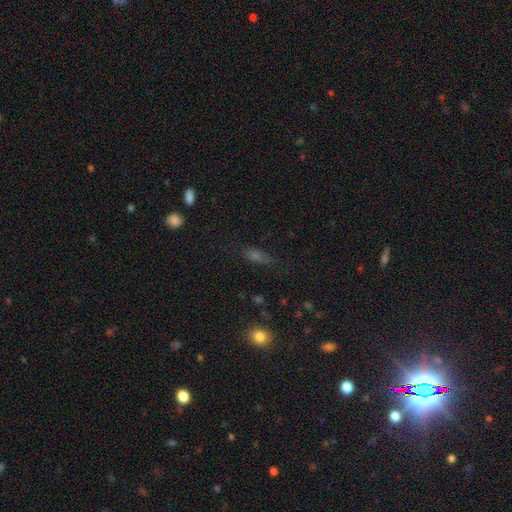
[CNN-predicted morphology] A smooth galaxy with no disk features (52%) that is in between round and cigar-shaped (51%).

Vote fractions:
- Smooth or featured? smooth: 52% / star or artifact: 27% / featured or disk: 21%
- How rounded? in between: 51% / cigar-shaped: 37% / round: 12%
- Merging? none: 76% / minor disturbance: 15% / major disturbance: 7% / merger: 2%